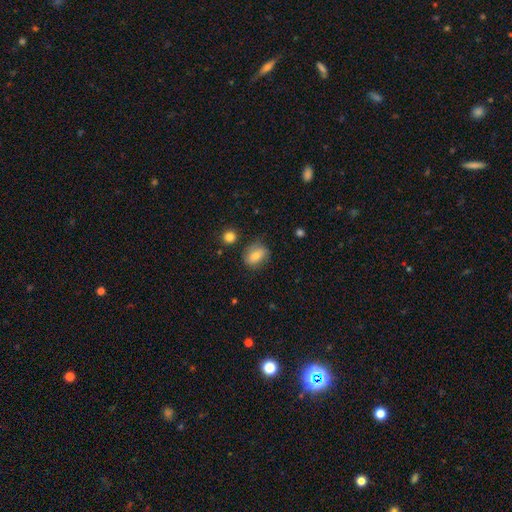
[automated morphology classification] smooth 71%, featured or disk 20%, star or artifact 9%. Down the decision tree: how rounded — in between (62%); merging — none (72%).